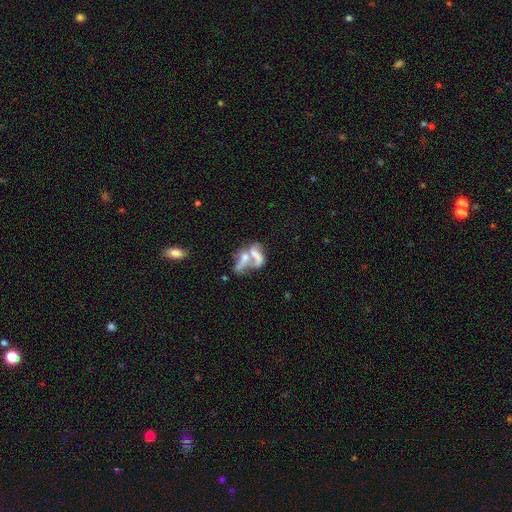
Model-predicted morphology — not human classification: A featured or disk galaxy (48%). Merging: merger (69%).